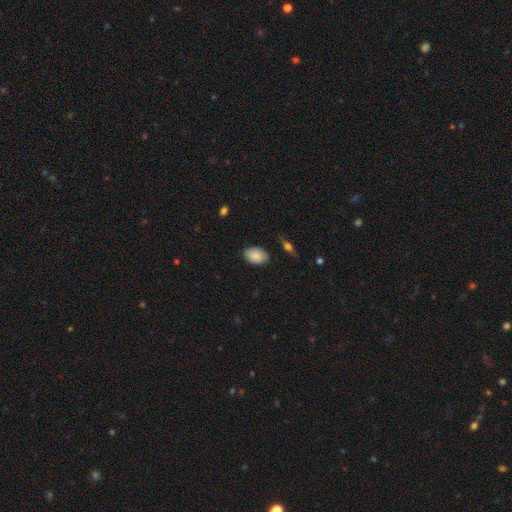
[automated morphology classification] type=smooth (84%); roundness=in between (88%); merging=none (82%).